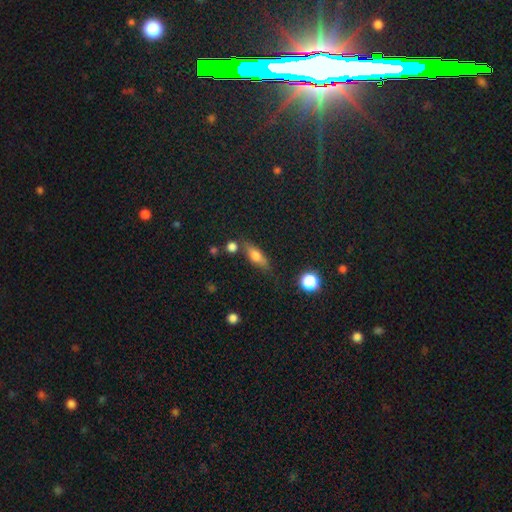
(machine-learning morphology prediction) Q: Smooth or featured?
A: smooth (60%); runner-up: featured or disk (30%)
Q: How rounded?
A: in between (56%); runner-up: cigar-shaped (37%)
Q: Merging?
A: none (70%); runner-up: minor disturbance (17%)